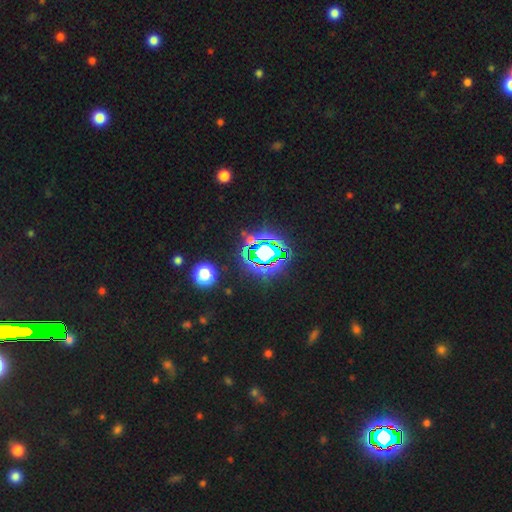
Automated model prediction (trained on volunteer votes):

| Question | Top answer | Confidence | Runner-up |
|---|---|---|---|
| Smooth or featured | star or artifact | 82% | smooth (11%) |